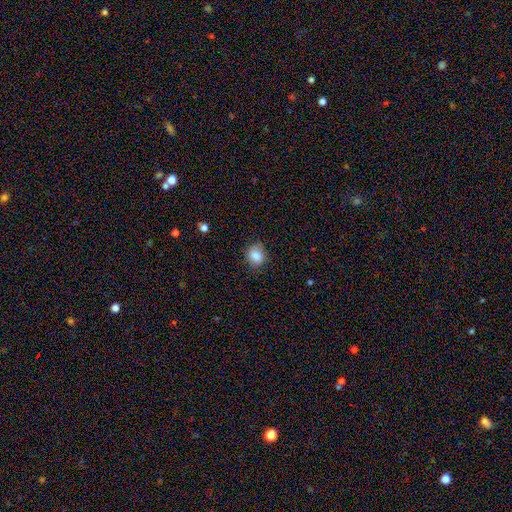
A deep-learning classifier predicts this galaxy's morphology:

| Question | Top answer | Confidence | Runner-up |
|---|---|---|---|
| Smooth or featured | smooth | 85% | star or artifact (9%) |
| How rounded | round | 58% | in between (41%) |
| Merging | none | 79% | minor disturbance (16%) |